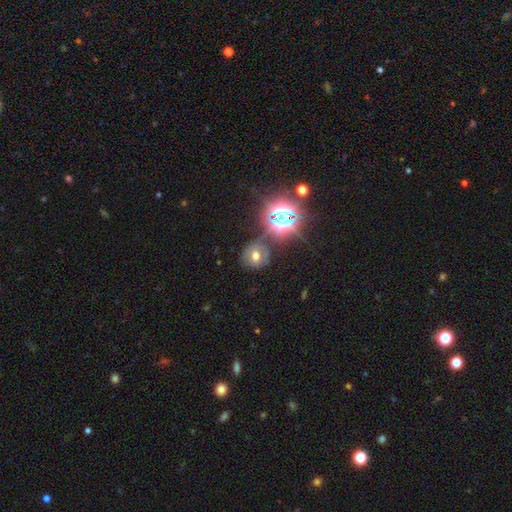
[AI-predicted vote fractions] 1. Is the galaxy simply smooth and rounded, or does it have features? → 48% smooth, 29% star or artifact, 22% featured or disk.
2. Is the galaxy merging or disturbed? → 66% none, 16% minor disturbance, 10% merger, 8% major disturbance.